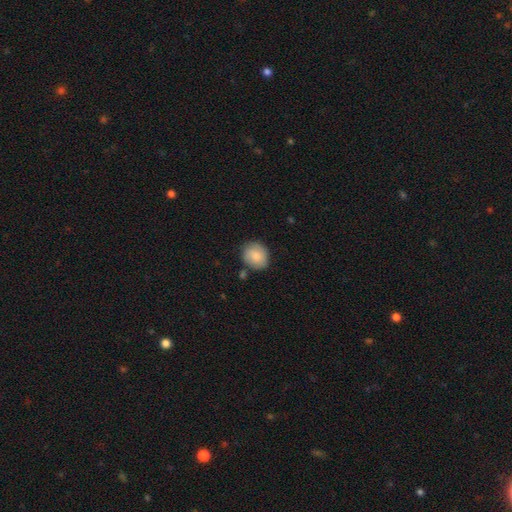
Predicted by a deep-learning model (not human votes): Q: Smooth or featured?
A: smooth (83%); runner-up: featured or disk (10%)
Q: How rounded?
A: round (74%); runner-up: in between (25%)
Q: Merging?
A: none (78%); runner-up: minor disturbance (14%)